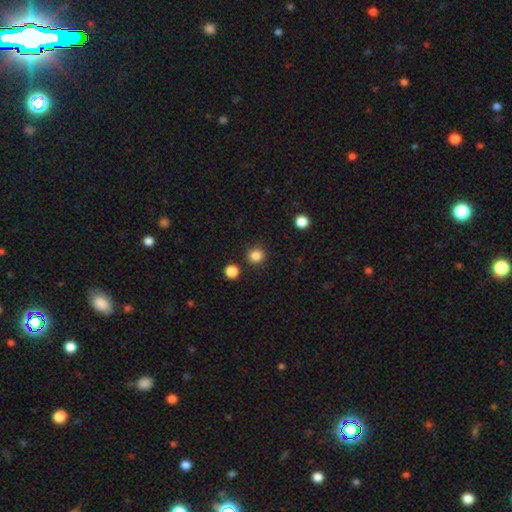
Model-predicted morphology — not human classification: smooth-or-featured: smooth: 85% | star or artifact: 12% | featured or disk: 3%
  how-rounded: round: 93% | in between: 6% | cigar-shaped: 1%
  merging: none: 89% | minor disturbance: 6% | merger: 3% | major disturbance: 2%